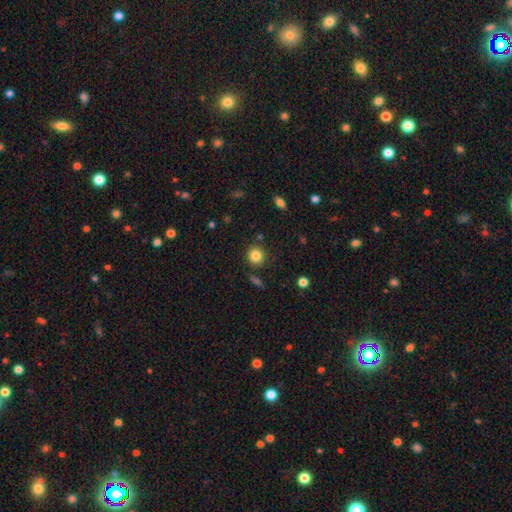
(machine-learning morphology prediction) This is clearly a smooth galaxy (83%). How rounded: clearly round (91%). Merging: clearly none (86%).